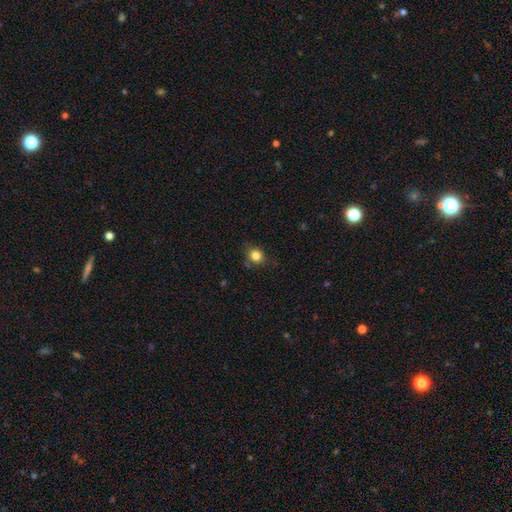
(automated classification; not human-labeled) This is clearly a smooth galaxy (82%). How rounded: likely round (70%). Merging: likely none (76%).